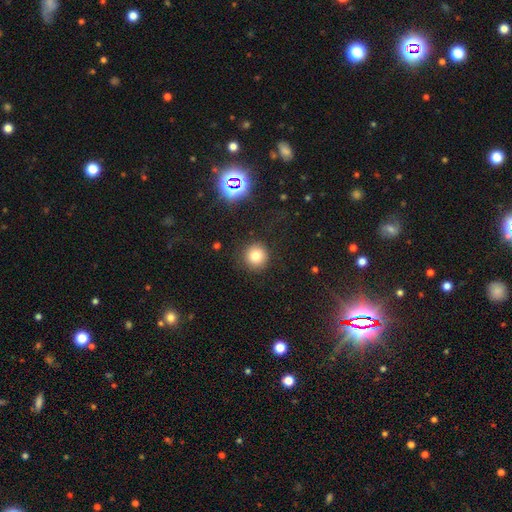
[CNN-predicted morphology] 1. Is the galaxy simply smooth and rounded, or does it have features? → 77% smooth, 15% star or artifact, 8% featured or disk.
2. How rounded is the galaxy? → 94% round, 5% in between, 1% cigar-shaped.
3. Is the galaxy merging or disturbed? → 89% none, 7% minor disturbance, 3% major disturbance, 1% merger.